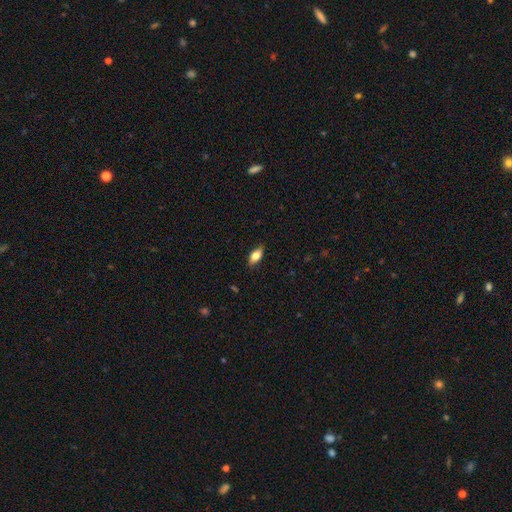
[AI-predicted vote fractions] Smooth or featured?
  - smooth: 77% *
  - featured or disk: 16%
  - star or artifact: 7%
How rounded?
  - in between: 86% *
  - cigar-shaped: 10%
  - round: 4%
Merging?
  - none: 84% *
  - minor disturbance: 12%
  - major disturbance: 2%
  - merger: 1%